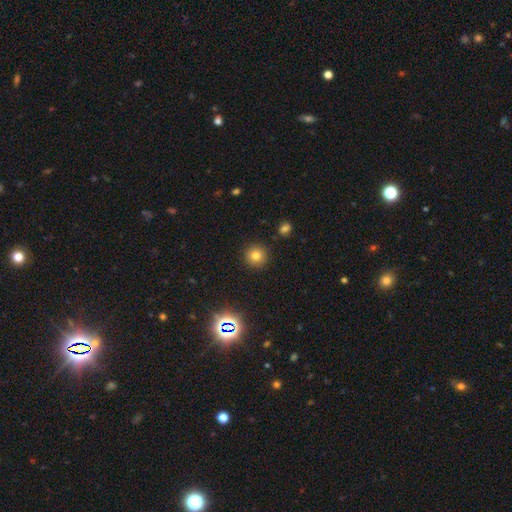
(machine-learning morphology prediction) This appears to be a smooth galaxy with no disk features (76%) that is round (94%). Merging: none (91%).